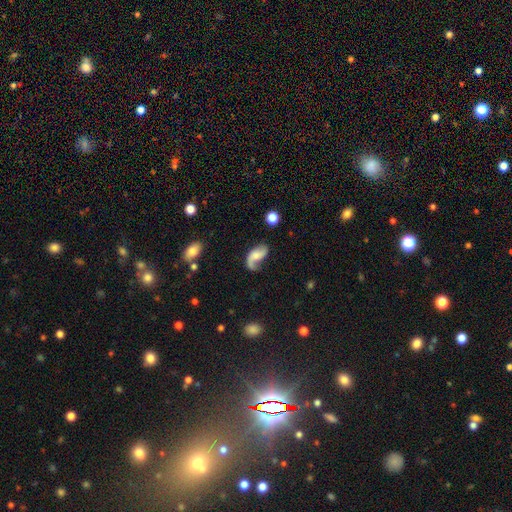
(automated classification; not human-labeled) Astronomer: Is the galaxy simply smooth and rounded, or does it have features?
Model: featured or disk — 64%.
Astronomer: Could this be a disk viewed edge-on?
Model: no — 96%.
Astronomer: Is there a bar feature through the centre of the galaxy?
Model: no — 58% (runner-up: weak, 33%).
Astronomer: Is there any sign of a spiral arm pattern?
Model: yes — 90%.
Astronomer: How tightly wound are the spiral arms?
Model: loose — 71%.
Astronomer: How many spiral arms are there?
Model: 2 — 61%.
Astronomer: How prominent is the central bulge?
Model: small — 34% (runner-up: moderate, 31%).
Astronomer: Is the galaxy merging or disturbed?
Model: none — 43% (runner-up: minor disturbance, 26%).